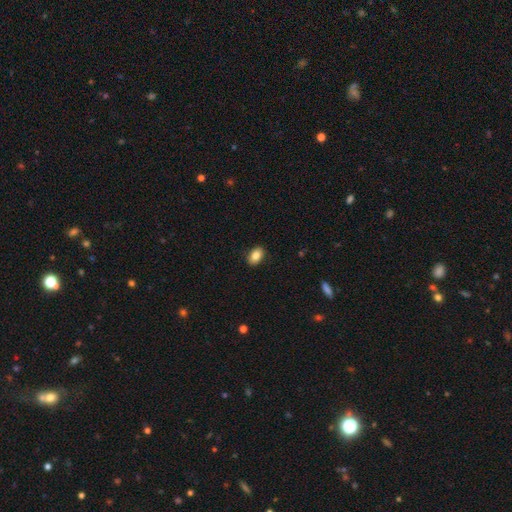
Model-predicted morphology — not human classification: smooth 85%, star or artifact 8%, featured or disk 7%. Down the decision tree: how rounded — in between (88%); merging — none (89%).